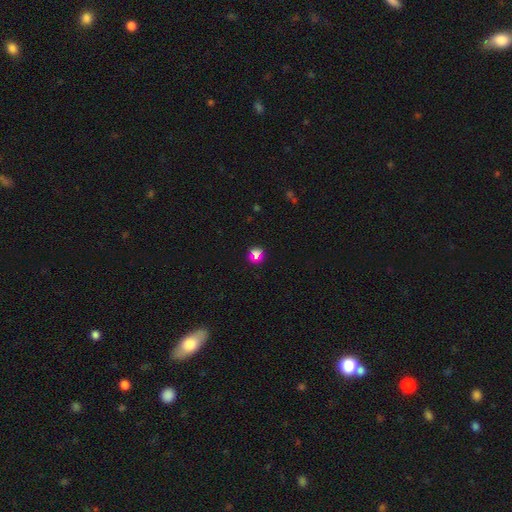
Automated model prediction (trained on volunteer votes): The model was most divided on "smooth or featured": smooth: 61%, star or artifact: 30%, featured or disk: 9%. More confident: how rounded — round (90%); merging — none (83%).